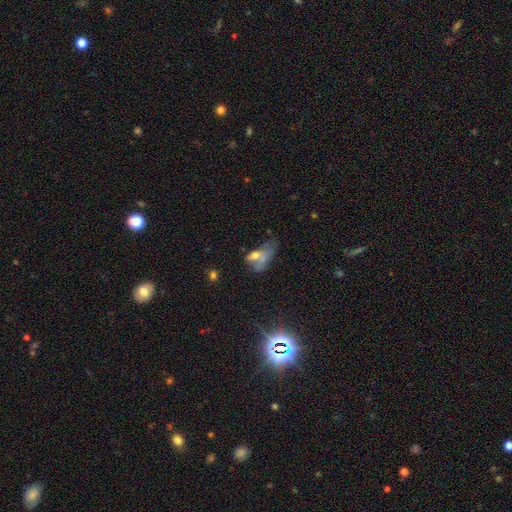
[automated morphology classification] Overall: smooth (55%; featured or disk 31%). How rounded: in between (80%). Merging: major disturbance (39%; merger 27%).